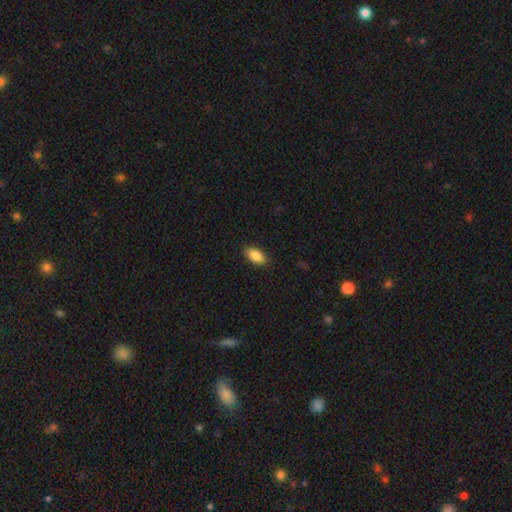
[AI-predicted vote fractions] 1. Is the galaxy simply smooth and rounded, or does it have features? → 89% smooth, 7% star or artifact, 4% featured or disk.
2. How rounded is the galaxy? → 91% in between, 6% cigar-shaped, 3% round.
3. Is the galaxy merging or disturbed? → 88% none, 9% minor disturbance, 2% major disturbance, 1% merger.